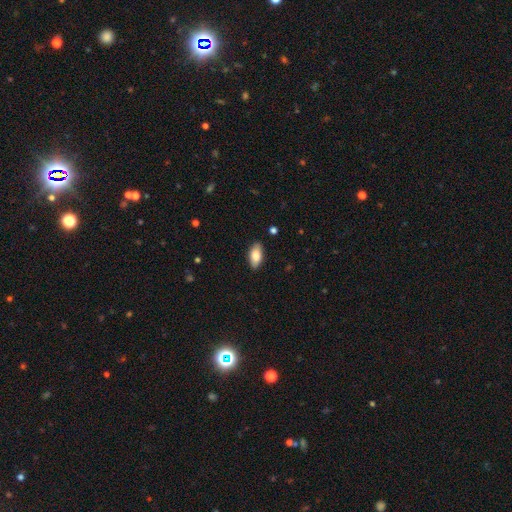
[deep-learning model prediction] A smooth galaxy with no disk features (81%) that is in between round and cigar-shaped (92%).

Vote fractions:
- Smooth or featured? smooth: 81% / featured or disk: 13% / star or artifact: 6%
- How rounded? in between: 92% / cigar-shaped: 5% / round: 3%
- Merging? none: 86% / minor disturbance: 11% / major disturbance: 2% / merger: 1%